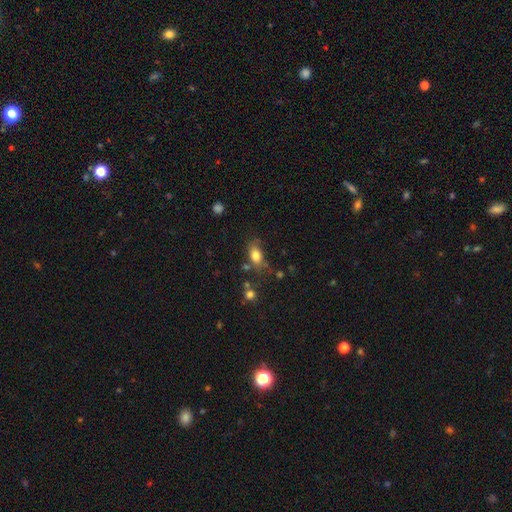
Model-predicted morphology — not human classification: Smooth or featured?
  - smooth: 80% *
  - featured or disk: 10%
  - star or artifact: 10%
How rounded?
  - in between: 83% *
  - round: 12%
  - cigar-shaped: 5%
Merging?
  - none: 58% *
  - minor disturbance: 24%
  - major disturbance: 10%
  - merger: 8%